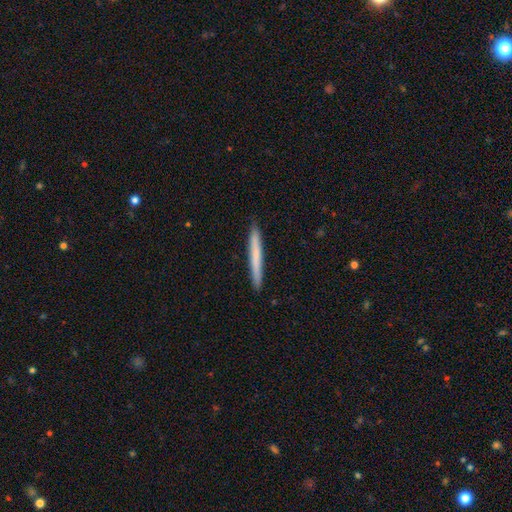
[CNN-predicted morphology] This appears to be a smooth galaxy with no disk features (65%) that is cigar-shaped (97%). Merging: none (92%).